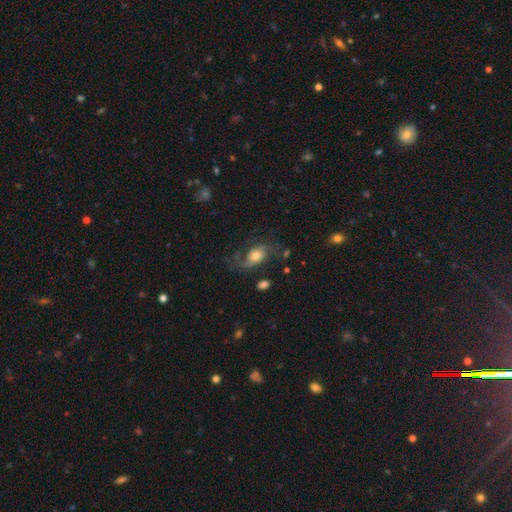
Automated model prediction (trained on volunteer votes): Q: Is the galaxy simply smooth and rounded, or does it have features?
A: featured or disk — 68%.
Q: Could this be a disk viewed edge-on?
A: no — 96%.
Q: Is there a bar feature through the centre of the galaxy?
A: no — 65%.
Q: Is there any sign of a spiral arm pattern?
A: yes — 91%.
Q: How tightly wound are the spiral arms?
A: loose — 58%.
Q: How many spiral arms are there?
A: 2 — 67%.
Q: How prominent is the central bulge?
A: moderate — 58%.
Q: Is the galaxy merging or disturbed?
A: none — 53%.